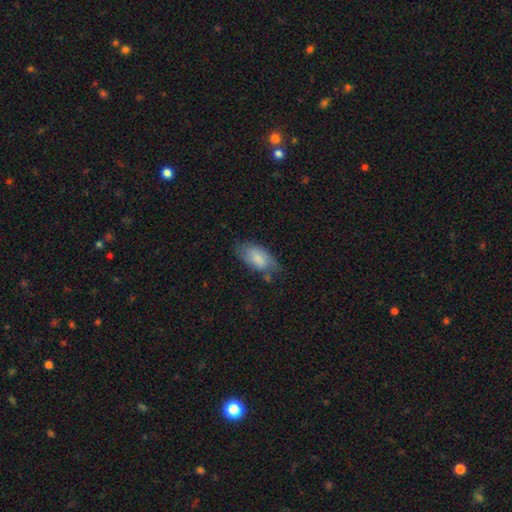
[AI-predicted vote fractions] Smooth or featured: smooth — 73% (featured or disk — 20%)
How rounded: in between — 91% (cigar-shaped — 6%)
Merging: none — 62% (minor disturbance — 28%)